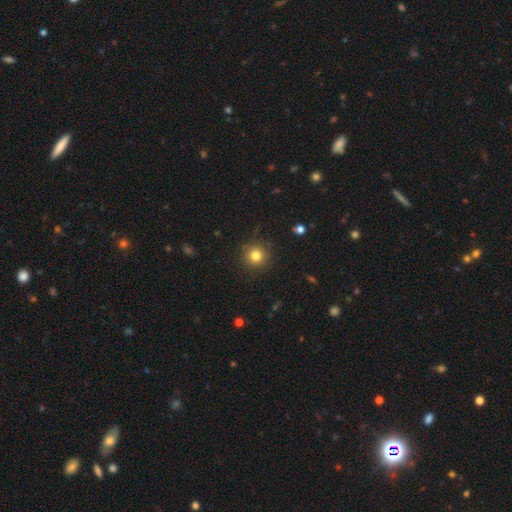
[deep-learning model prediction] Smooth or featured: smooth — 81% (star or artifact — 12%)
How rounded: round — 94% (in between — 5%)
Merging: none — 89% (minor disturbance — 7%)